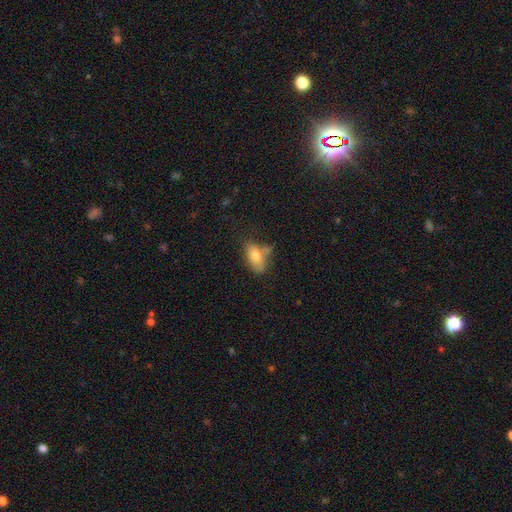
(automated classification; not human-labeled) This appears to be a smooth galaxy with no disk features (75%) that is in between round and cigar-shaped (88%). Merging: none (47%).